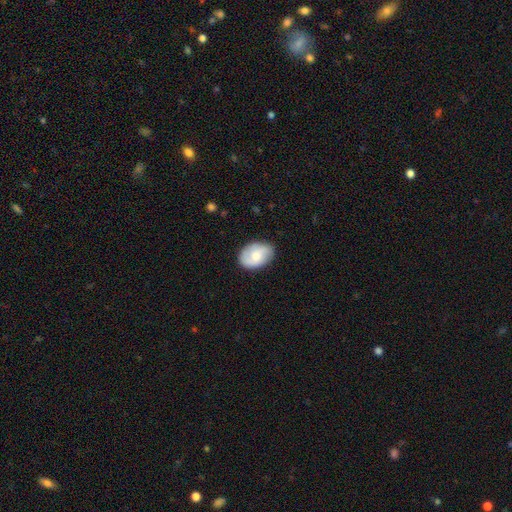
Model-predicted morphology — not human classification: Q: Smooth or featured?
A: smooth (64%); runner-up: featured or disk (30%)
Q: How rounded?
A: in between (79%); runner-up: round (20%)
Q: Merging?
A: none (81%); runner-up: minor disturbance (15%)